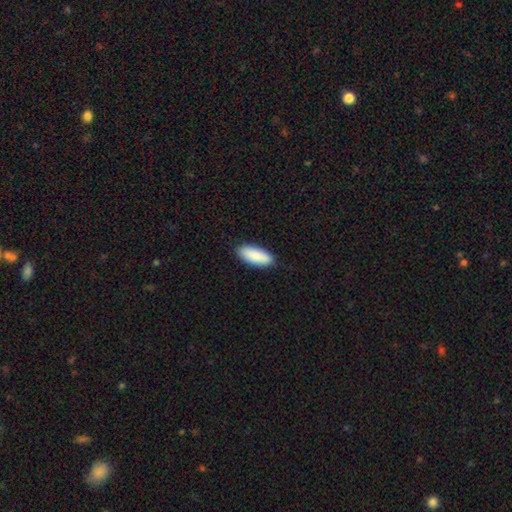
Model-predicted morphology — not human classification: Overall: smooth (90%). How rounded: in between (78%). Merging: none (88%).